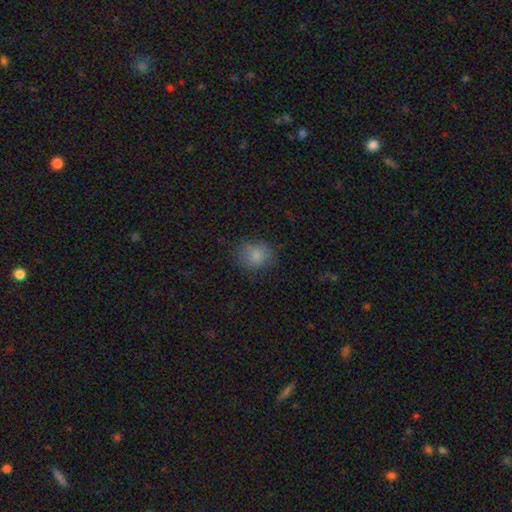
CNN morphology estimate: Smooth or featured? smooth (81%)
How rounded? round (71%)
Merging? none (81%)